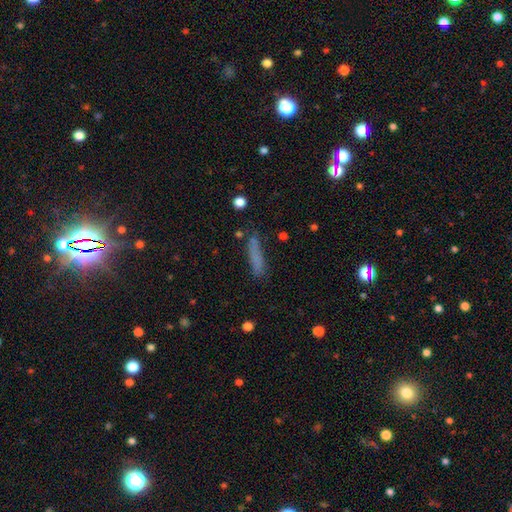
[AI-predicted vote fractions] Smooth or featured? smooth (76%)
How rounded? cigar-shaped (86%)
Merging? none (75%)